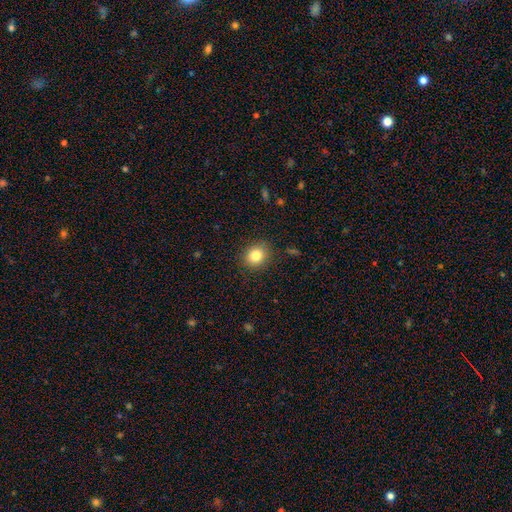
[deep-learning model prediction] smooth-or-featured: smooth: 82% | star or artifact: 11% | featured or disk: 7%
  how-rounded: round: 75% | in between: 24% | cigar-shaped: 1%
  merging: none: 88% | minor disturbance: 8% | major disturbance: 3% | merger: 1%